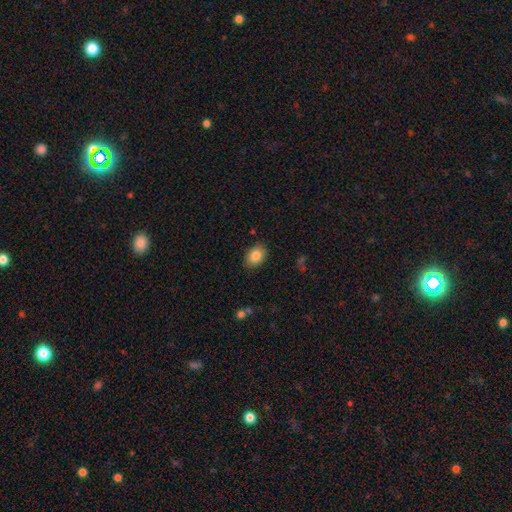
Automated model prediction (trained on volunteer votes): This appears to be a smooth galaxy with no disk features (85%) that is in between round and cigar-shaped (75%). Merging: none (85%).